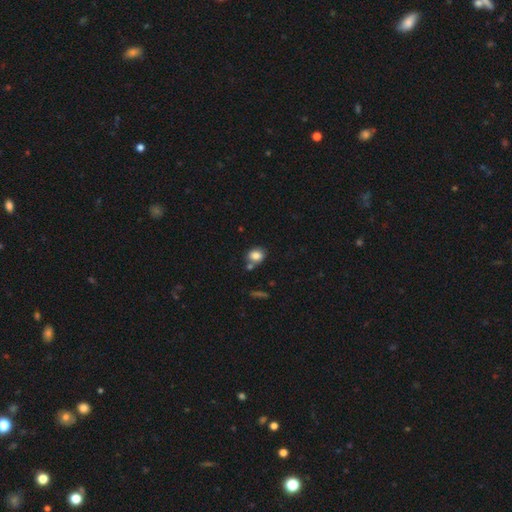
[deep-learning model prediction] smooth_or_featured: smooth (p=0.82) [alt: star or artifact p=0.09]
how_rounded: in between (p=0.53) [alt: round p=0.46]
merging: none (p=0.64) [alt: merger p=0.19]